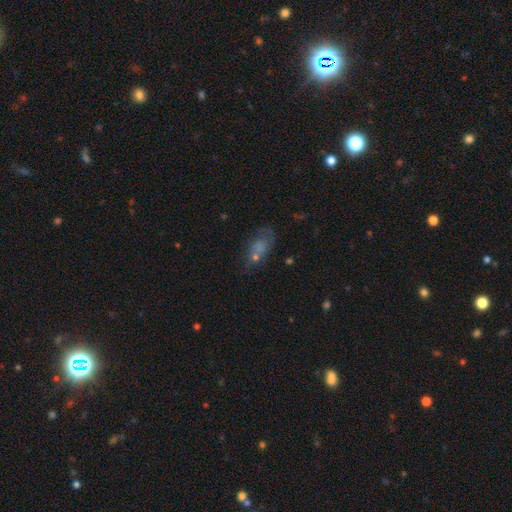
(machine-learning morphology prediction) Q: Smooth or featured?
A: smooth (50%); runner-up: featured or disk (27%)
Q: Merging?
A: none (44%); runner-up: minor disturbance (20%)